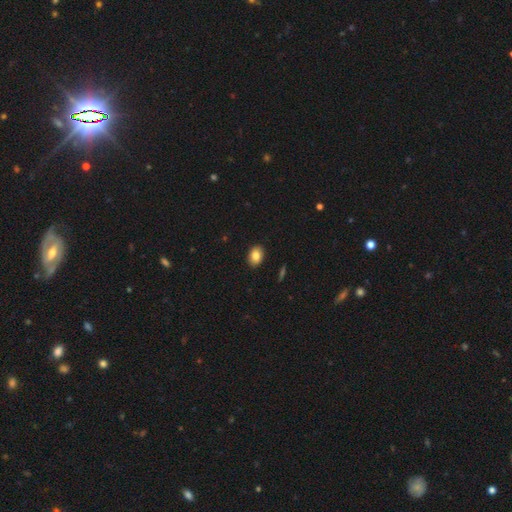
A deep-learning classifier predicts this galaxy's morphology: This is clearly a smooth galaxy (84%). How rounded: likely in between (74%). Merging: clearly none (91%).